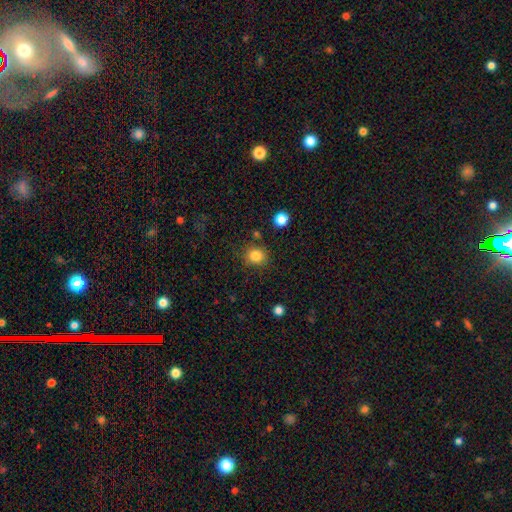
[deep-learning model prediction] A smooth galaxy with no disk features (84%) that is round (84%).

Vote fractions:
- Smooth or featured? smooth: 84% / star or artifact: 11% / featured or disk: 5%
- How rounded? round: 84% / in between: 15% / cigar-shaped: 1%
- Merging? none: 84% / minor disturbance: 10% / merger: 4% / major disturbance: 3%